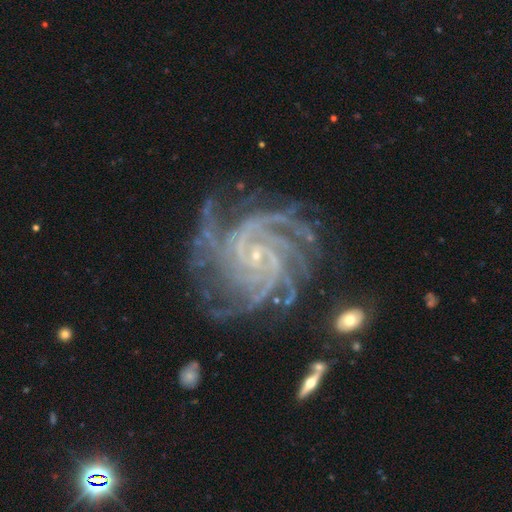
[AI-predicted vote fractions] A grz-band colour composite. It shows a featured or disk galaxy (93%) with no bar (54%), more than 4 (32%) tight (77%) spiral arms (99%) and a small central bulge (87%). Merging: none (72%).